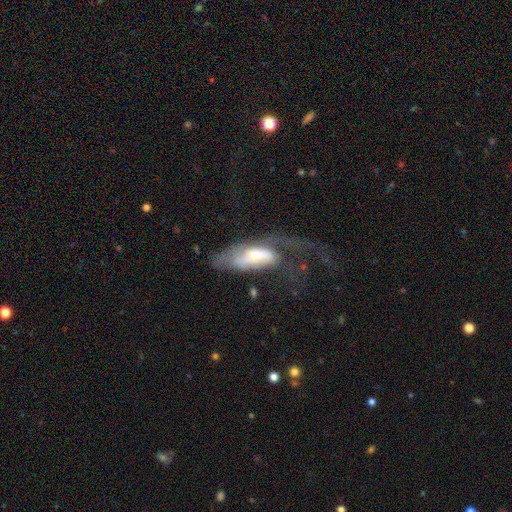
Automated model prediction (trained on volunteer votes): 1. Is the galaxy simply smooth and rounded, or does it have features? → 50% featured or disk, 44% smooth, 7% star or artifact.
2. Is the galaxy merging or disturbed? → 57% major disturbance, 20% none, 19% minor disturbance, 4% merger.